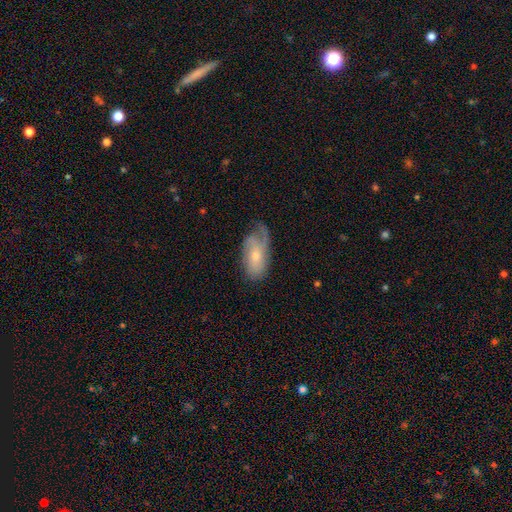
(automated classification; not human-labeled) Smooth or featured: featured or disk — 54% (smooth — 40%)
Edge-on disk: no — 92% (yes — 8%)
Merging: none — 49% (minor disturbance — 32%)